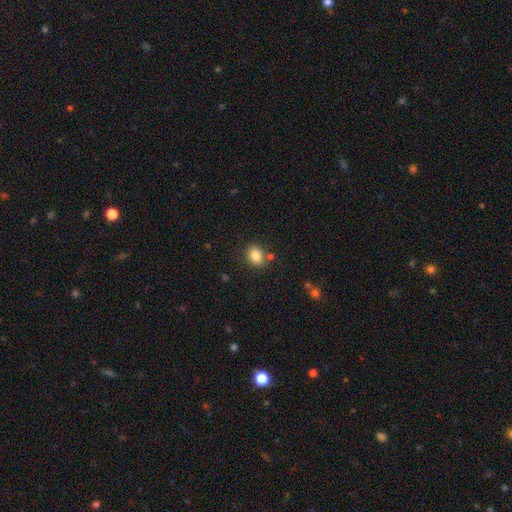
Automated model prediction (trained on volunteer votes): A smooth galaxy with no disk features (83%) that is in between round and cigar-shaped (52%).

Vote fractions:
- Smooth or featured? smooth: 83% / star or artifact: 10% / featured or disk: 7%
- How rounded? in between: 52% / round: 47% / cigar-shaped: 1%
- Merging? none: 79% / minor disturbance: 12% / merger: 7% / major disturbance: 3%